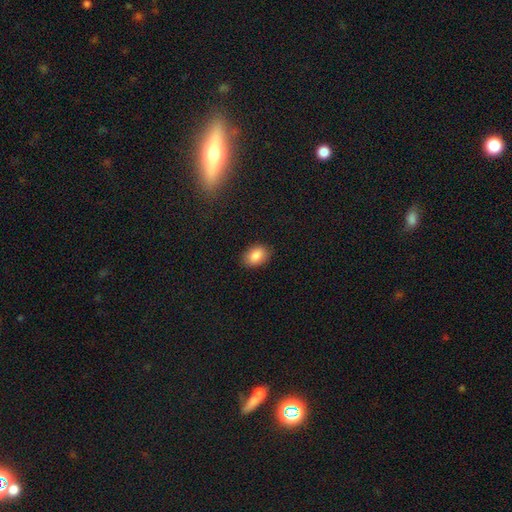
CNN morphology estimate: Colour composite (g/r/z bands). It shows a smooth galaxy with no disk features (88%) that is in between round and cigar-shaped (85%). Merging: none (88%).